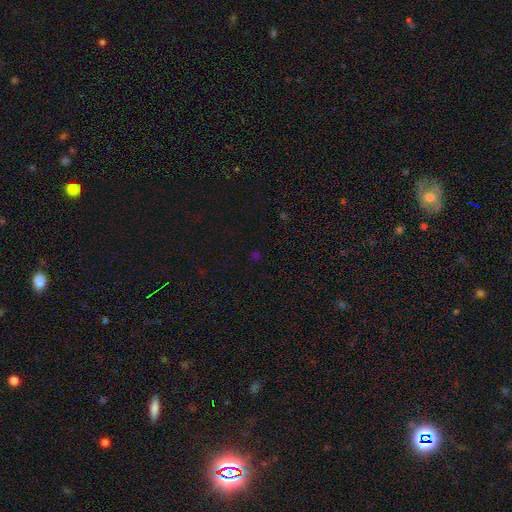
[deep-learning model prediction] smooth-or-featured: star or artifact: 51% | smooth: 43% | featured or disk: 6%